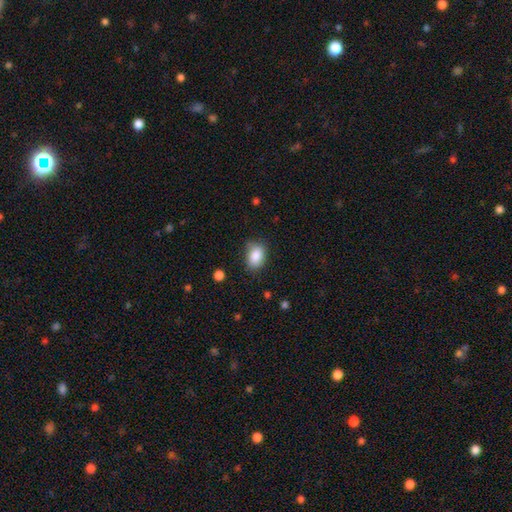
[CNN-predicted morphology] smooth_or_featured: smooth (p=0.87) [alt: star or artifact p=0.08]
how_rounded: in between (p=0.80) [alt: round p=0.18]
merging: none (p=0.73) [alt: minor disturbance p=0.21]